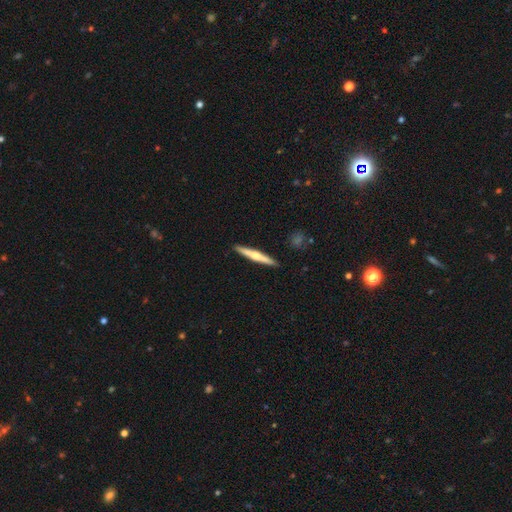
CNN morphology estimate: This appears to be a featured or disk galaxy (53%) viewed edge-on (97%) with a rounded central bulge (76%). Merging: none (91%).